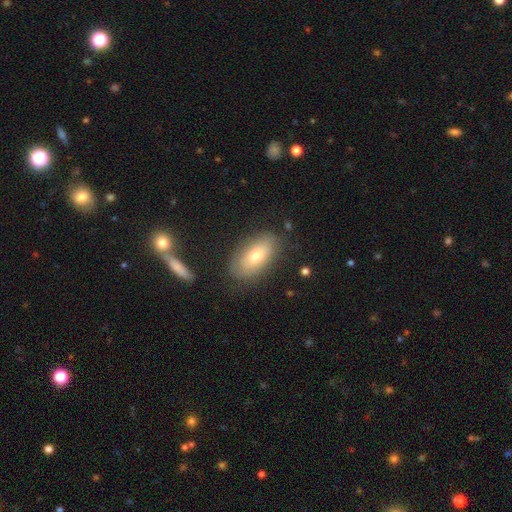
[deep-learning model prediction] Smooth or featured: smooth — 68% (featured or disk — 25%)
How rounded: in between — 90% (cigar-shaped — 6%)
Merging: none — 76% (minor disturbance — 16%)